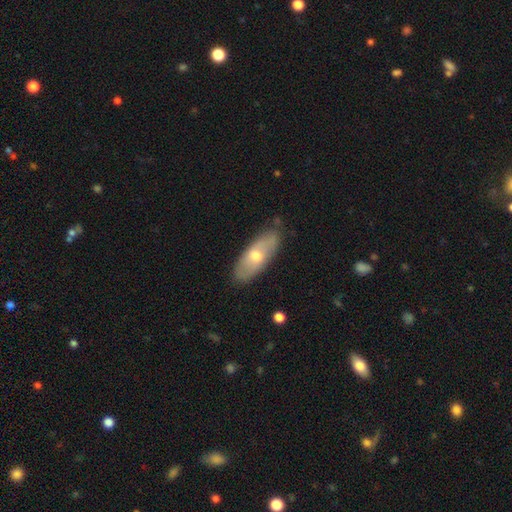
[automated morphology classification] This appears to be a smooth galaxy with no disk features (54%) that is in between round and cigar-shaped (75%). Merging: none (80%).